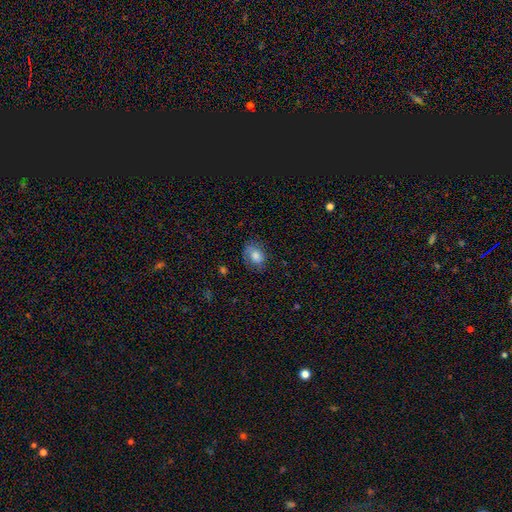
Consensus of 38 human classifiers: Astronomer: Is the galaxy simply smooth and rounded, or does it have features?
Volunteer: smooth — 76%.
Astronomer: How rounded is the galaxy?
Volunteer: round — 52% (runner-up: in between, 48%).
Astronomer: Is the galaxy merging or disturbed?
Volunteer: none — 66%.